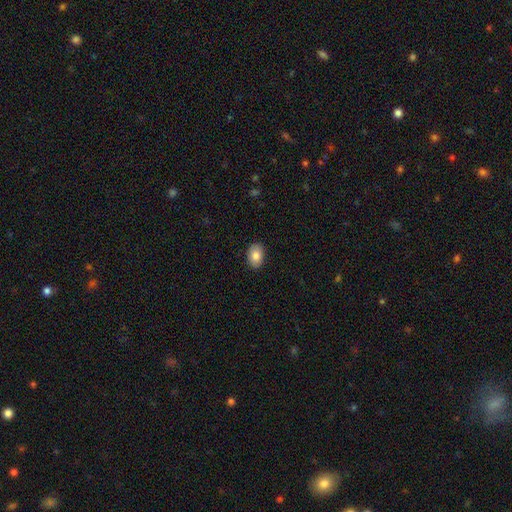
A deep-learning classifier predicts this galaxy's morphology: Smooth or featured? smooth (85%)
How rounded? in between (85%)
Merging? none (89%)